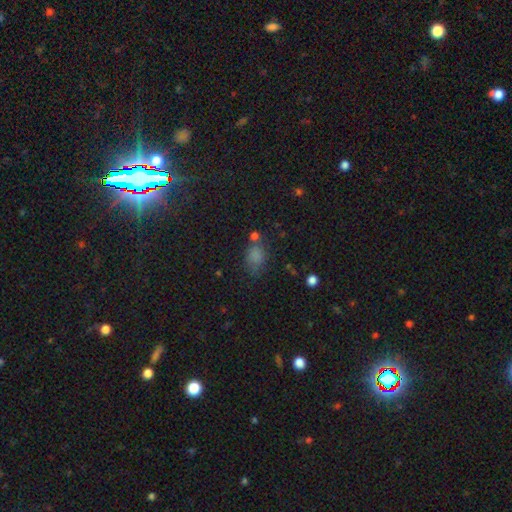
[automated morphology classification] Smooth or featured? Predicted: smooth (p=0.76). How rounded? Predicted: in between (p=0.72). Merging? Predicted: none (p=0.57).